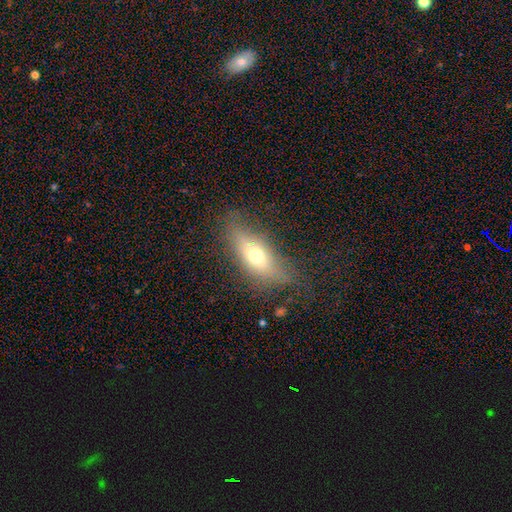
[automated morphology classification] smooth-or-featured: smooth: 57% | featured or disk: 33% | star or artifact: 10%
  how-rounded: in between: 66% | cigar-shaped: 29% | round: 5%
  merging: none: 66% | minor disturbance: 21% | major disturbance: 10% | merger: 2%